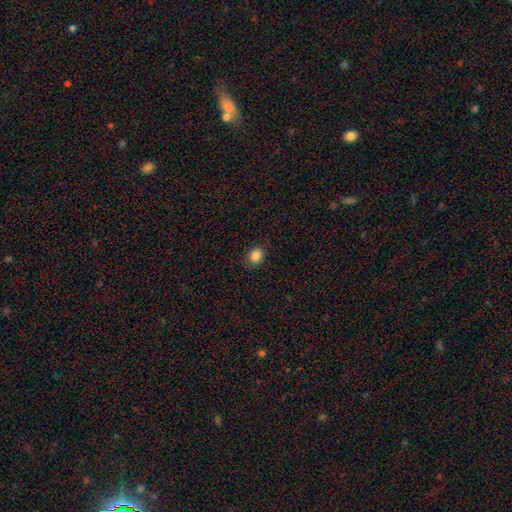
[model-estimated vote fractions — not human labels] Morphology: type=smooth (85%); roundness=round (59%); merging=none (85%).